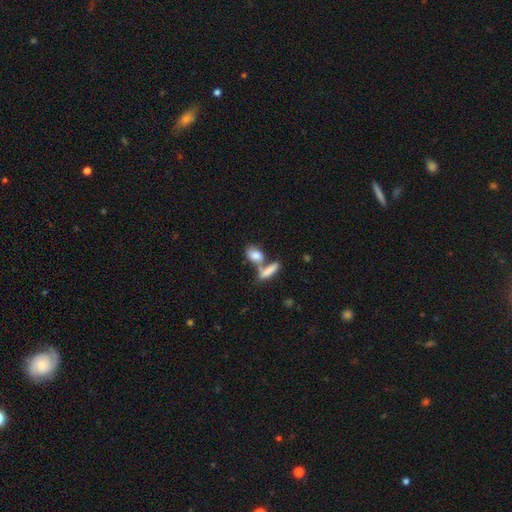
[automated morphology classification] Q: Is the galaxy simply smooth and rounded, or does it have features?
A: smooth — 78%.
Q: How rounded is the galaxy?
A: in between — 77%.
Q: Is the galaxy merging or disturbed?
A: merger — 48%.